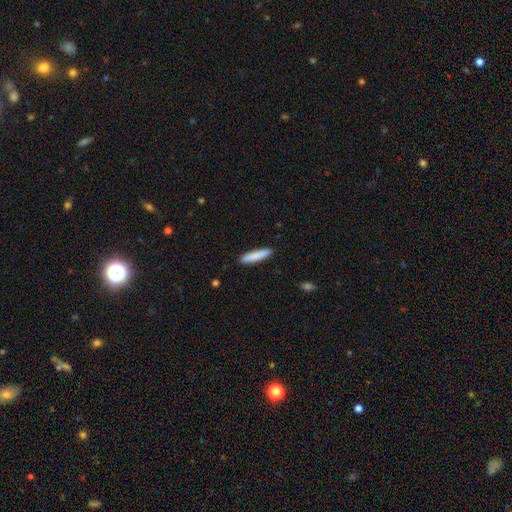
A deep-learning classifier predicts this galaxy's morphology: Smooth or featured? smooth (84%)
How rounded? cigar-shaped (90%)
Merging? none (90%)